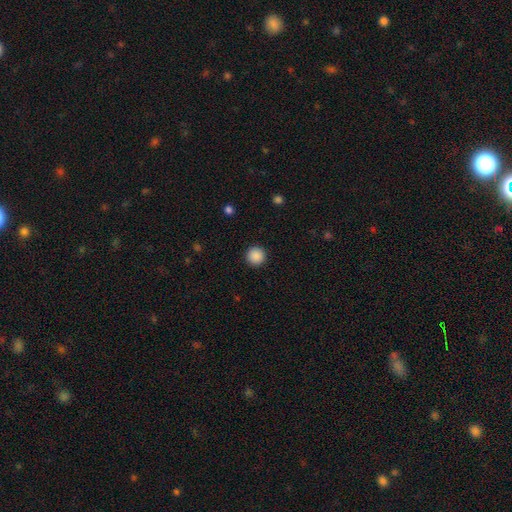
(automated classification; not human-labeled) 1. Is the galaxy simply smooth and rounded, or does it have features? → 89% smooth, 9% star or artifact, 3% featured or disk.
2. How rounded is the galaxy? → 95% round, 4% in between, 1% cigar-shaped.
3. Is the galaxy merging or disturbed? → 93% none, 5% minor disturbance, 2% major disturbance, 1% merger.